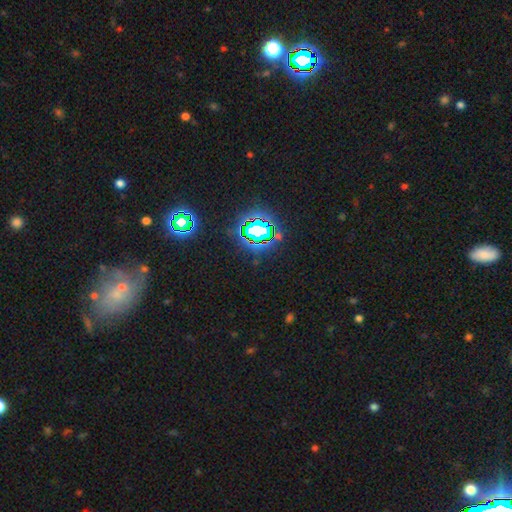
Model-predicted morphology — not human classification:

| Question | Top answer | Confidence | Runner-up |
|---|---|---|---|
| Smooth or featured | star or artifact | 76% | smooth (14%) |